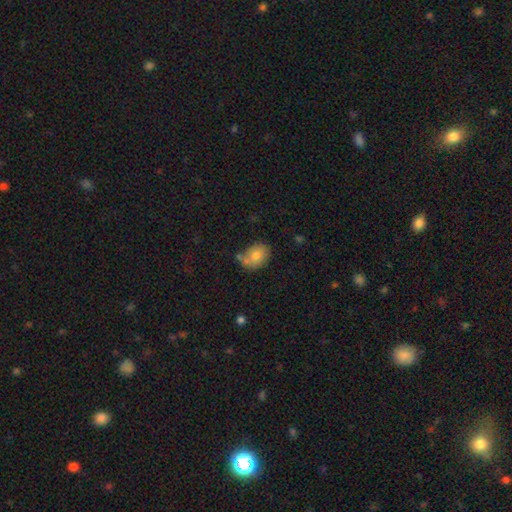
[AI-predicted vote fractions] Q: Smooth or featured?
A: smooth (75%); runner-up: featured or disk (16%)
Q: How rounded?
A: in between (68%); runner-up: round (31%)
Q: Merging?
A: none (62%); runner-up: minor disturbance (20%)